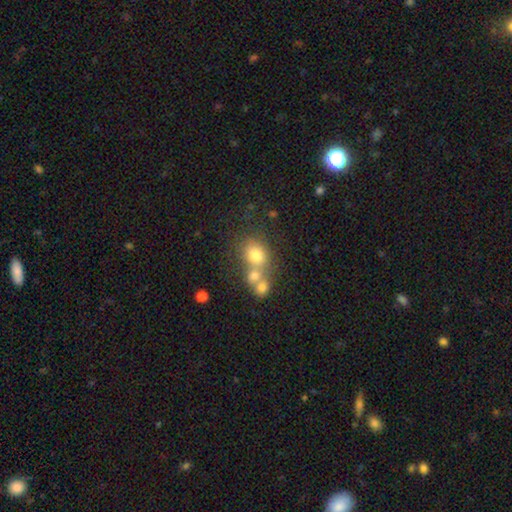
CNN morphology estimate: This appears to be a smooth galaxy with no disk features (73%) that is round (65%). Merging: merger (47%).